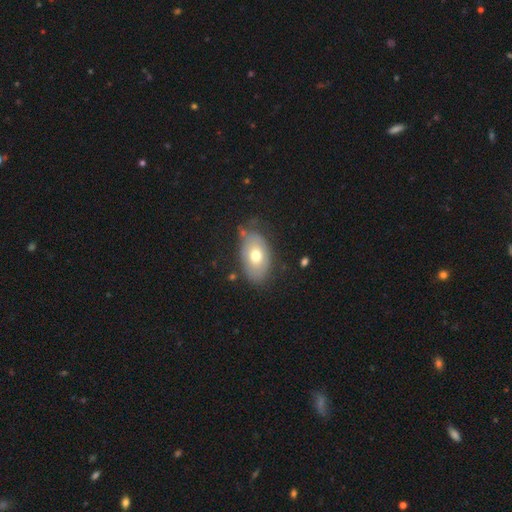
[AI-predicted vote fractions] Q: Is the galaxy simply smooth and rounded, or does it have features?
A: smooth — 64%.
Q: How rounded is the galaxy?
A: in between — 90%.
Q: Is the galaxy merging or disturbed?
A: none — 68%.